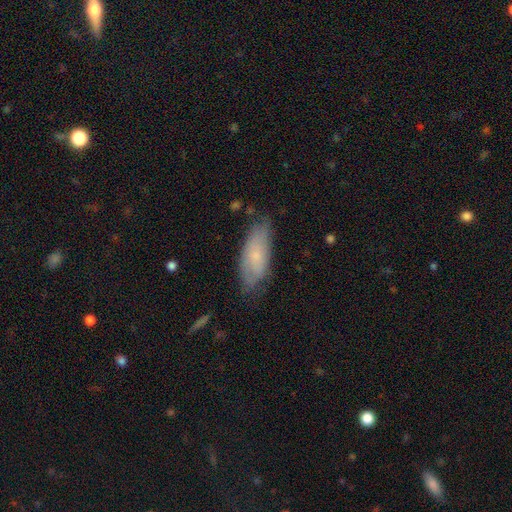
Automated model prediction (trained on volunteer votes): This is likely a smooth galaxy (64%). How rounded: likely in between (75%). Merging: likely none (68%).